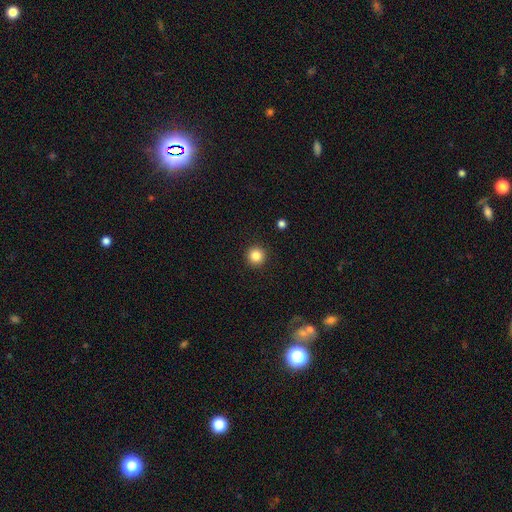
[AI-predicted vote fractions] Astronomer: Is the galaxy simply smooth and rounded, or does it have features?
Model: smooth — 85%.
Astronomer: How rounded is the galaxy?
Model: round — 96%.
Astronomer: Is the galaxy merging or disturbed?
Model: none — 93%.